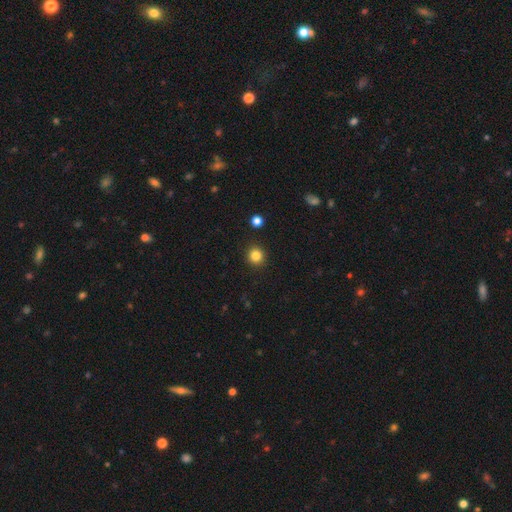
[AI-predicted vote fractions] A smooth galaxy with no disk features (84%) that is round (93%).

Vote fractions:
- Smooth or featured? smooth: 84% / star or artifact: 12% / featured or disk: 4%
- How rounded? round: 93% / in between: 6% / cigar-shaped: 1%
- Merging? none: 92% / minor disturbance: 5% / major disturbance: 2% / merger: 1%